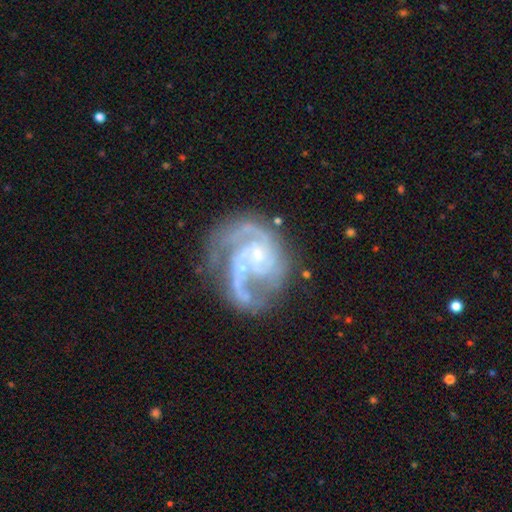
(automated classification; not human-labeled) Morphology: type=featured or disk (89%); edge-on=no (98%); bar=no (61%); spiral arms=yes (96%); winding=medium (49%); arm count=2 (43%); bulge=small (68%); merging=none (50%).